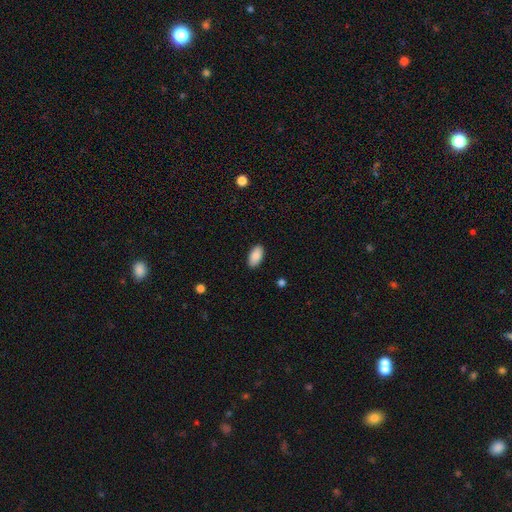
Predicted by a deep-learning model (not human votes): smooth 89%, star or artifact 7%, featured or disk 4%. Down the decision tree: how rounded — in between (95%); merging — none (89%).